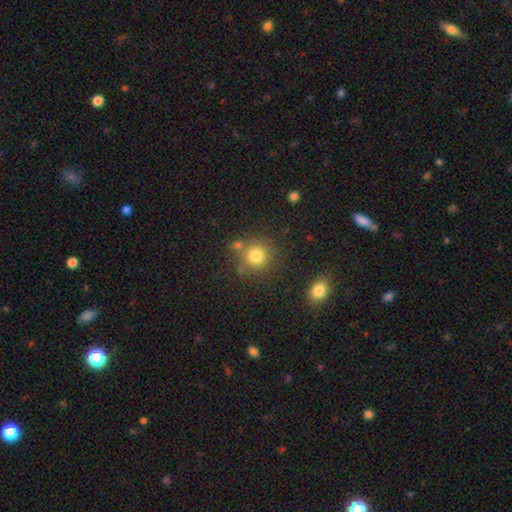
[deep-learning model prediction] Smooth or featured? Predicted: smooth (p=0.80). How rounded? Predicted: round (p=0.91). Merging? Predicted: none (p=0.73).